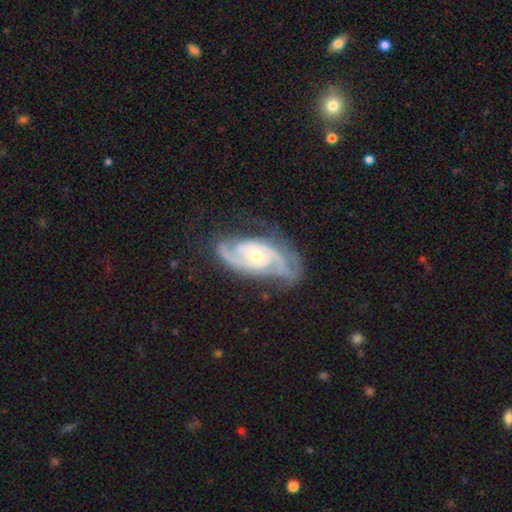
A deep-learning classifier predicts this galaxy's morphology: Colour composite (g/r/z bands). It shows a featured or disk galaxy (91%) with no bar (60%), 2 (59%) tight (58%) spiral arms (98%) and a moderate central bulge (53%). Merging: none (68%).